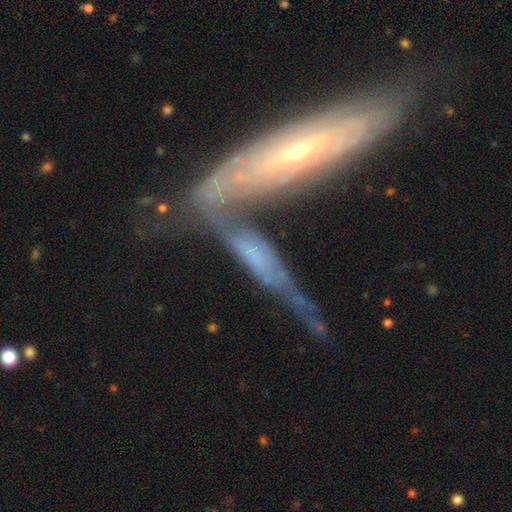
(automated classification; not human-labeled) smooth_or_featured: featured or disk (p=0.66) [alt: smooth p=0.24]
disk_edge_on: yes (p=0.55) [alt: no p=0.45]
merging: merger (p=0.42) [alt: none p=0.29]